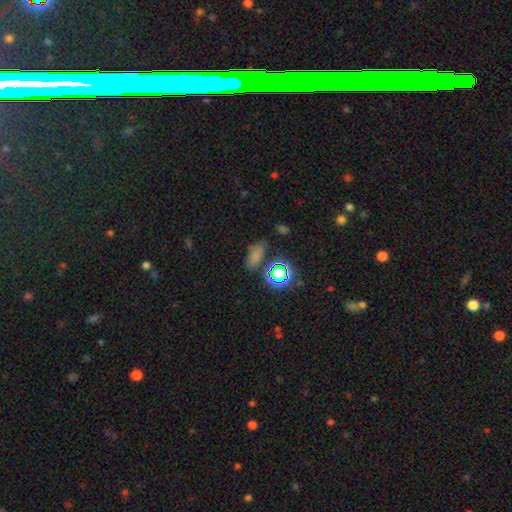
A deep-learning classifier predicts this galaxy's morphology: The model was most divided on "smooth or featured": smooth: 65%, star or artifact: 26%, featured or disk: 8%. More confident: how rounded — in between (79%); merging — none (71%).